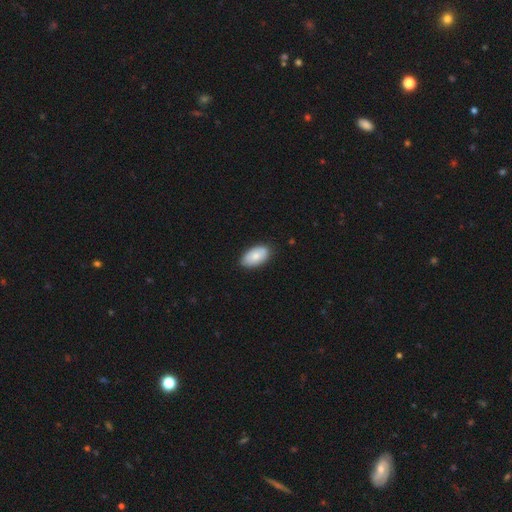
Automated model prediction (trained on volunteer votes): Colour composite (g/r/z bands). It shows a smooth galaxy with no disk features (81%) that is in between round and cigar-shaped (95%). Merging: none (85%).